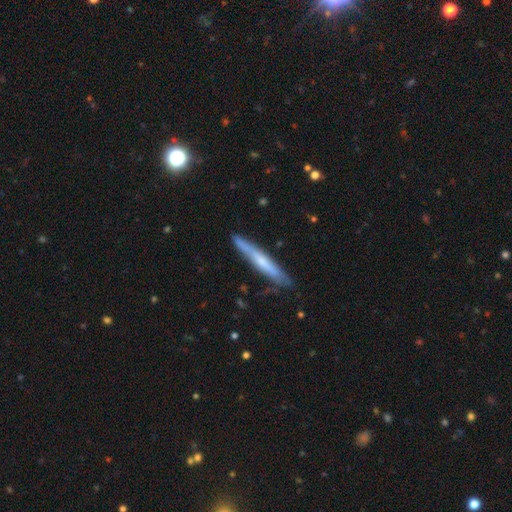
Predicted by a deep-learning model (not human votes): Smooth or featured: featured or disk — 55% (smooth — 37%)
Edge-on disk: yes — 91% (no — 9%)
Merging: none — 84% (minor disturbance — 13%)